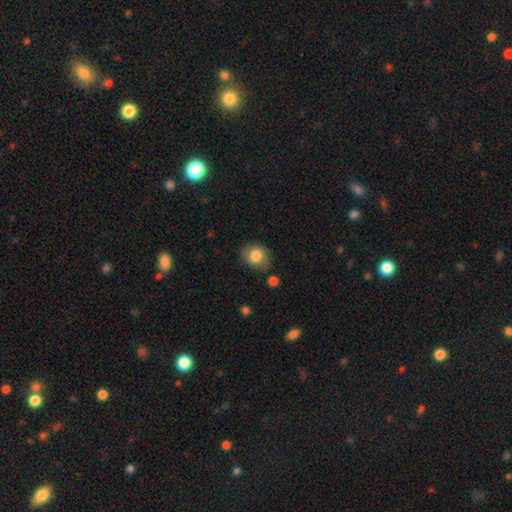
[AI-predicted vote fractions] This is likely a smooth galaxy (79%). How rounded: possibly round (53%). Merging: likely none (78%).